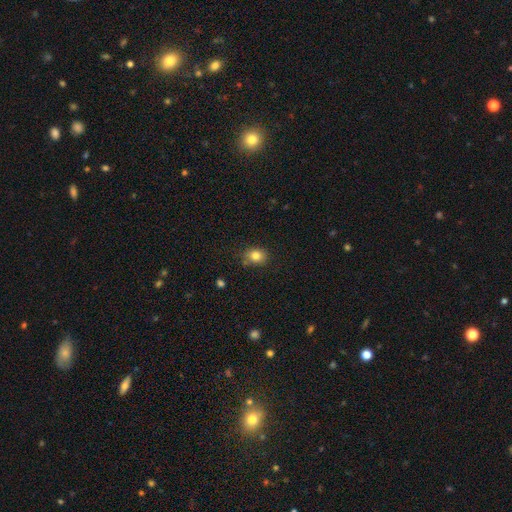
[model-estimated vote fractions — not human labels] Smooth or featured?
  - smooth: 83% *
  - star or artifact: 11%
  - featured or disk: 7%
How rounded?
  - round: 53% *
  - in between: 46%
  - cigar-shaped: 1%
Merging?
  - none: 78% *
  - minor disturbance: 16%
  - major disturbance: 3%
  - merger: 3%